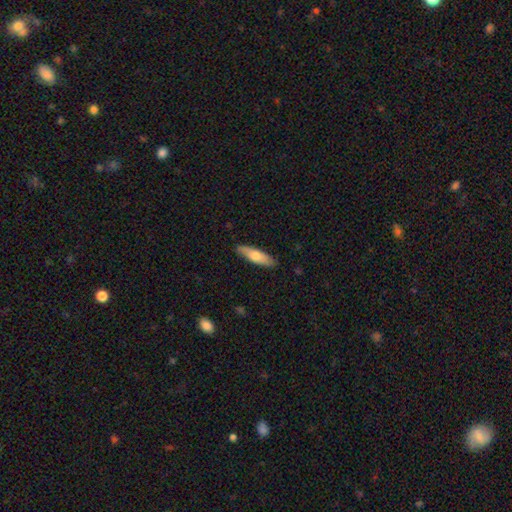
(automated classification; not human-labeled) Smooth or featured: smooth — 68% (featured or disk — 26%)
How rounded: cigar-shaped — 60% (in between — 39%)
Merging: none — 86% (minor disturbance — 11%)